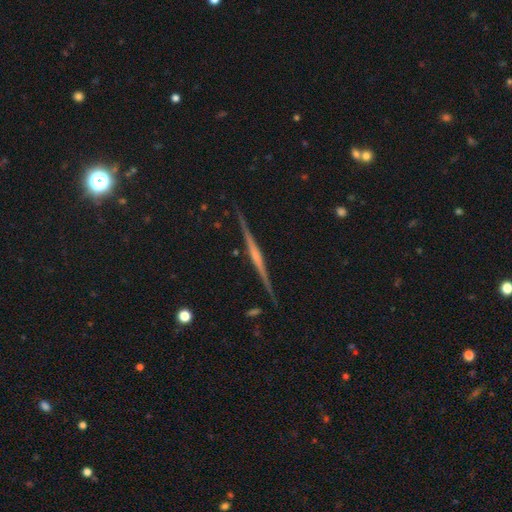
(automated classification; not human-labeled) smooth-or-featured: featured or disk: 81% | smooth: 13% | star or artifact: 6%
  disk-edge-on: yes: 98% | no: 2%
    edge-on-bulge: rounded: 46% | none: 31% | boxy: 23%
  merging: none: 90% | minor disturbance: 7% | major disturbance: 2% | merger: 1%